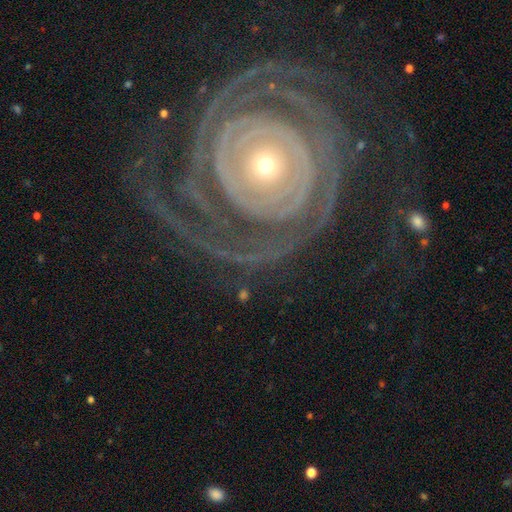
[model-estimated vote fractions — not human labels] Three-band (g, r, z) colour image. It shows a featured or disk galaxy (87%) with no bar (79%), 2 (31%) tight (85%) spiral arms (94%) and a small central bulge (70%). Merging: none (71%).